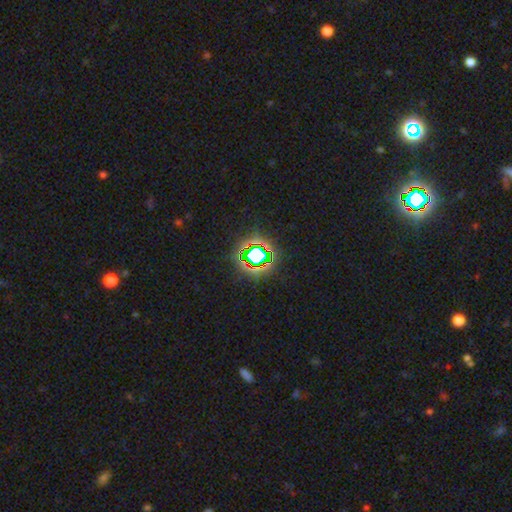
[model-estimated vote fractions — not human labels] Smooth or featured? Predicted: star or artifact (p=0.74).